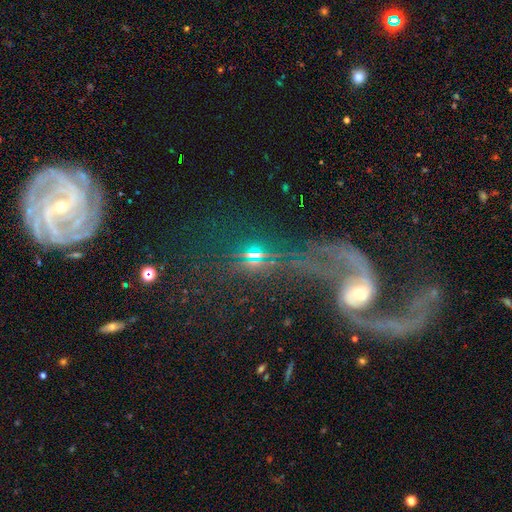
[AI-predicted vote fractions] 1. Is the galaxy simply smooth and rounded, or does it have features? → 55% star or artifact, 25% featured or disk, 20% smooth.